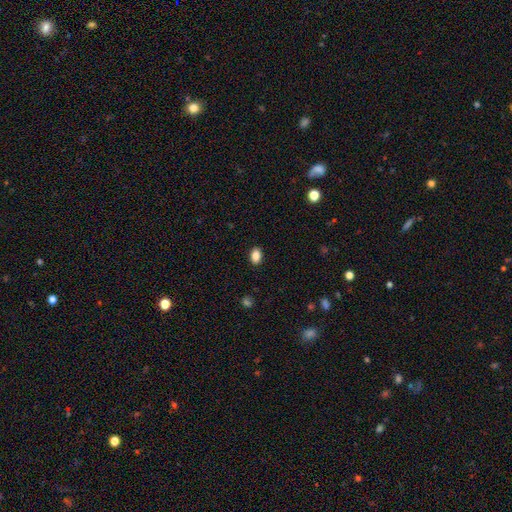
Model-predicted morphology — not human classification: type=smooth (86%); roundness=in between (85%); merging=none (89%).